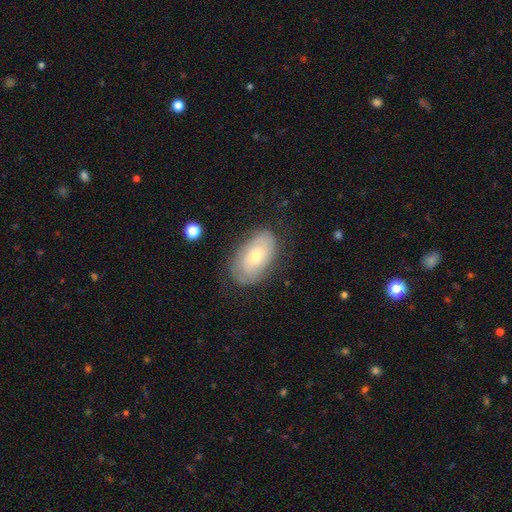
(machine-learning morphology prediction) Smooth or featured? featured or disk (50%)
Edge-on disk? no (93%)
Merging? none (74%)